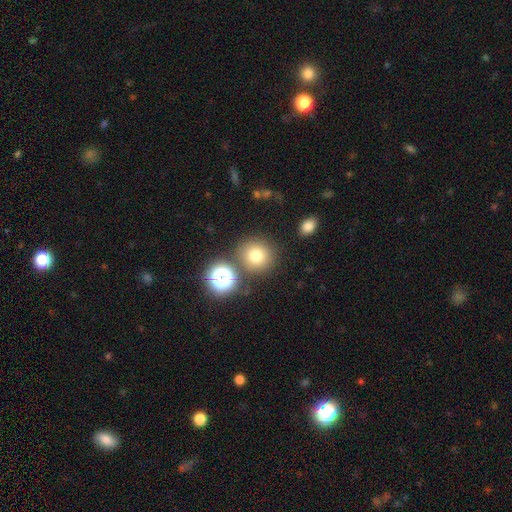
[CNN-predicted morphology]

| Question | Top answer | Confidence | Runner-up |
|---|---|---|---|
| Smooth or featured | smooth | 75% | star or artifact (15%) |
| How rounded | round | 92% | in between (7%) |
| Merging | none | 79% | merger (9%) |